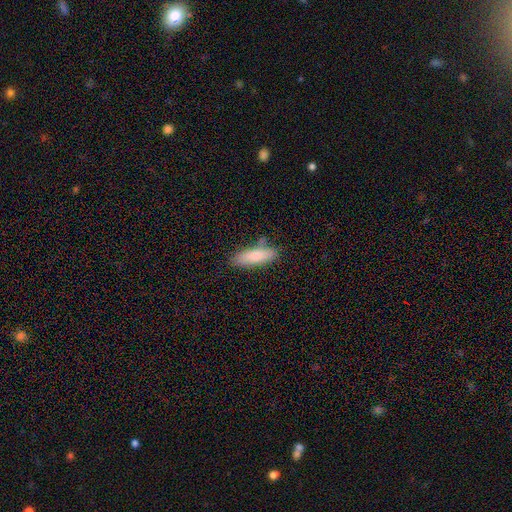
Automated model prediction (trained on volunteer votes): A smooth galaxy with no disk features (82%) that is in between round and cigar-shaped (49%, tied with cigar-shaped). Merging: none (75%).